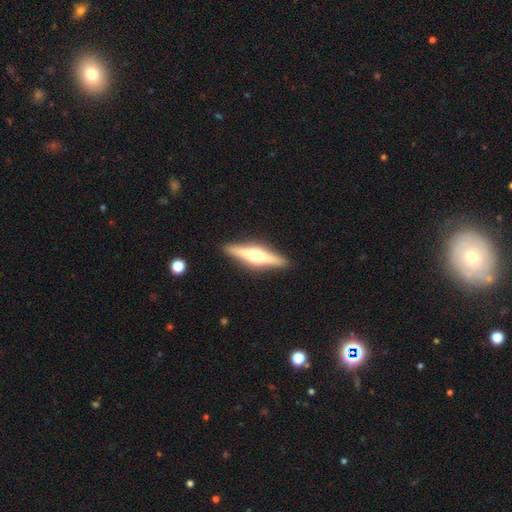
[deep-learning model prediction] The model was most divided on "smooth or featured": featured or disk: 70%, smooth: 24%, star or artifact: 5%. More confident: edge-on disk — yes (97%); edge-on bulge — rounded (95%); merging — none (91%).